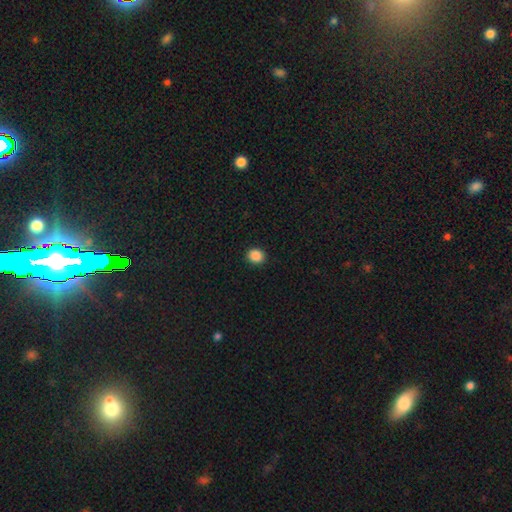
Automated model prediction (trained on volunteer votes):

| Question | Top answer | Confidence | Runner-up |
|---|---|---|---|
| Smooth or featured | smooth | 87% | star or artifact (10%) |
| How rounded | round | 81% | in between (18%) |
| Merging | none | 92% | minor disturbance (5%) |